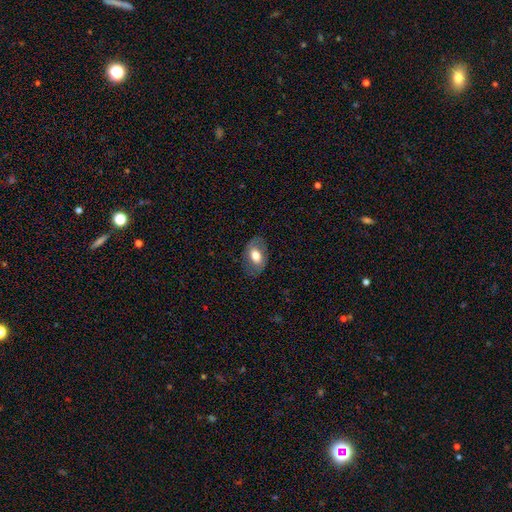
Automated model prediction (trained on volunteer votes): smooth_or_featured: smooth (p=0.62) [alt: featured or disk p=0.30]
how_rounded: in between (p=0.87) [alt: round p=0.12]
merging: none (p=0.77) [alt: minor disturbance p=0.16]